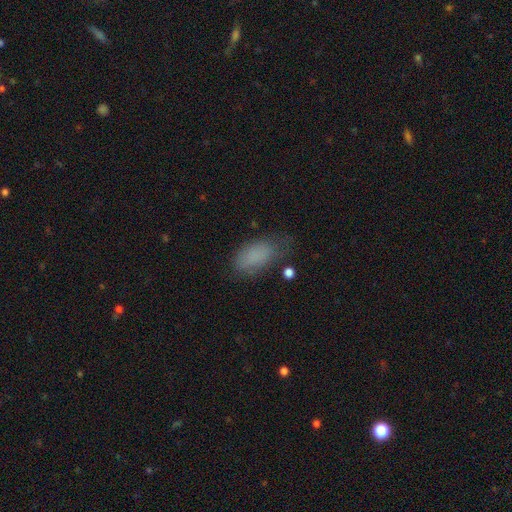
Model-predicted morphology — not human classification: A smooth galaxy with no disk features (81%) that is in between round and cigar-shaped (92%). Merging: none (58%).